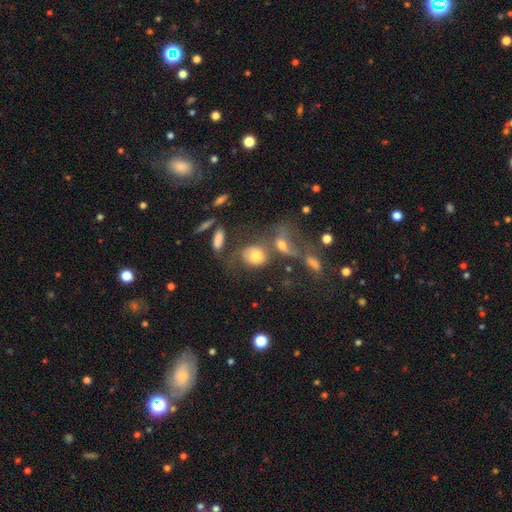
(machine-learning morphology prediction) Q: Smooth or featured?
A: smooth (63%); runner-up: featured or disk (25%)
Q: How rounded?
A: round (52%); runner-up: in between (45%)
Q: Merging?
A: merger (40%); runner-up: none (28%)